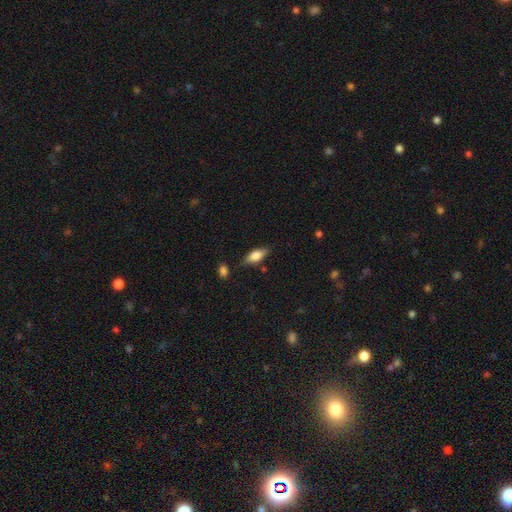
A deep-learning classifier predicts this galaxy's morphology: smooth-or-featured: smooth: 71% | featured or disk: 22% | star or artifact: 7%
  how-rounded: in between: 78% | cigar-shaped: 19% | round: 3%
  merging: none: 76% | minor disturbance: 16% | major disturbance: 4% | merger: 4%